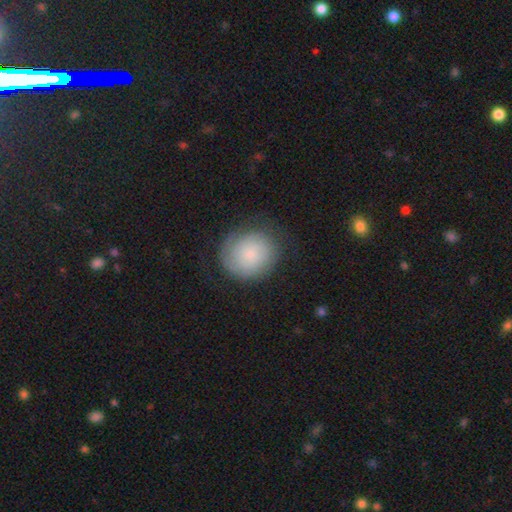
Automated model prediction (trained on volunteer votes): Morphology: type=smooth (56%); roundness=round (84%); merging=none (72%).